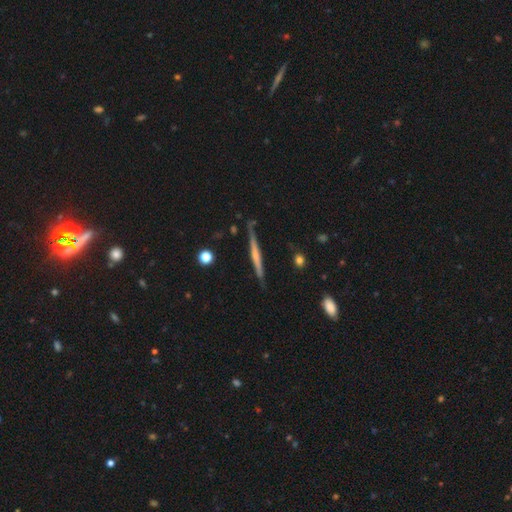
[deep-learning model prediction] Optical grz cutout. It shows a featured or disk galaxy (62%) viewed edge-on (97%) with no central bulge (54%). Merging: none (82%).